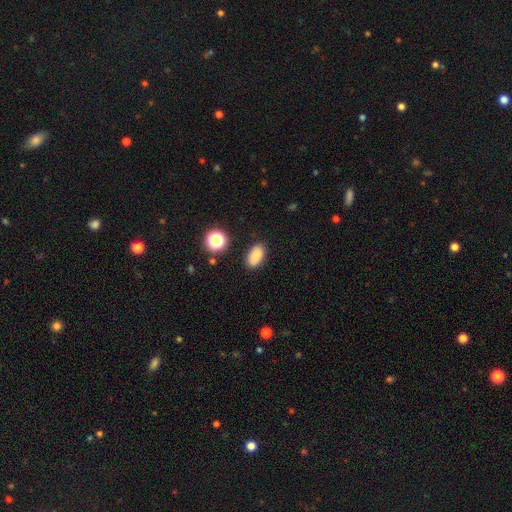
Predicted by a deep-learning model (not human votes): The model was most divided on "smooth or featured": smooth: 85%, star or artifact: 10%, featured or disk: 5%. More confident: how rounded — in between (90%); merging — none (86%).